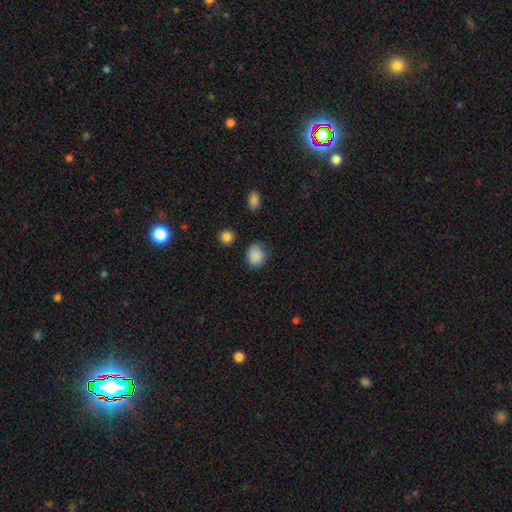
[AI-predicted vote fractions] Morphology: type=smooth (87%); roundness=round (74%); merging=none (76%).